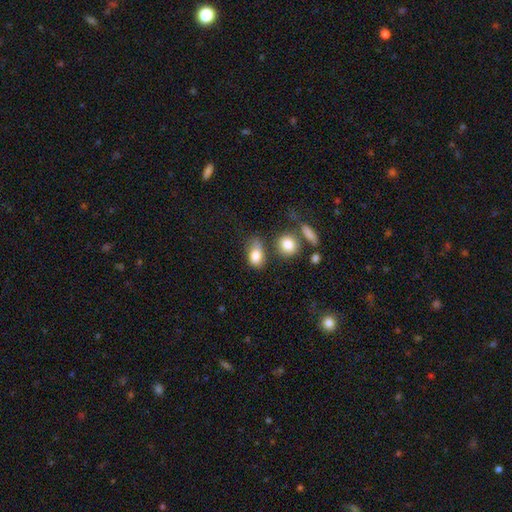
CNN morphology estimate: The model was most divided on "merging": none: 44%, minor disturbance: 29%, merger: 14%, major disturbance: 13%. More confident: smooth or featured — smooth (81%); how rounded — in between (81%).